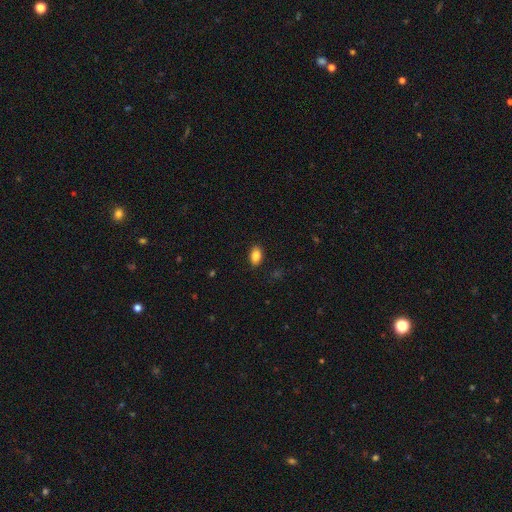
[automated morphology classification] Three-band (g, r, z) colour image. It shows a smooth galaxy with no disk features (87%) that is in between round and cigar-shaped (90%). Merging: none (88%).